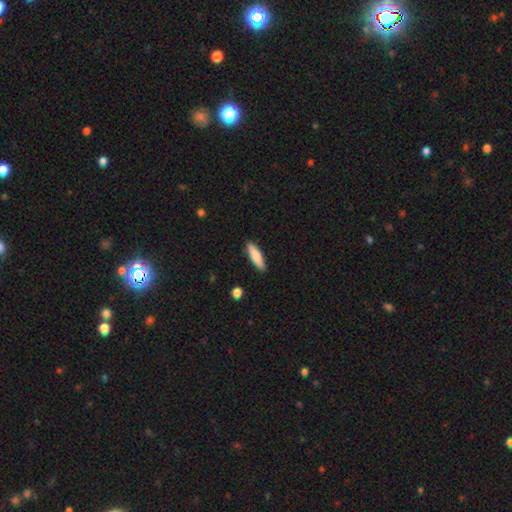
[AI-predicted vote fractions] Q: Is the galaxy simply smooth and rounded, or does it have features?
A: smooth — 80%.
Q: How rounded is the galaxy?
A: cigar-shaped — 67%.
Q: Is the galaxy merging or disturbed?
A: none — 88%.